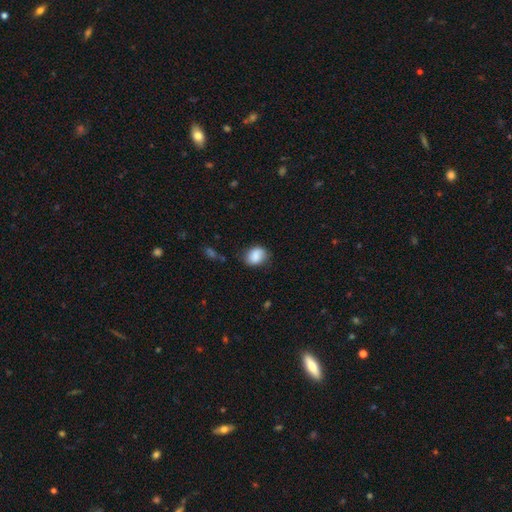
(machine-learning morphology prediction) This is clearly a smooth galaxy (84%). How rounded: possibly in between (55%). Merging: likely none (70%).